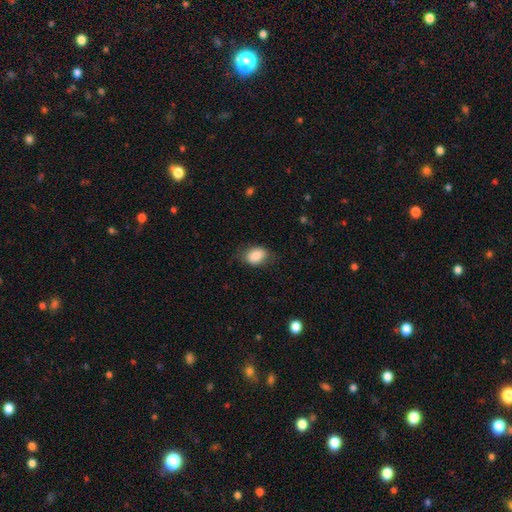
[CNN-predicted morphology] smooth_or_featured: smooth (p=0.87) [alt: star or artifact p=0.07]
how_rounded: in between (p=0.77) [alt: round p=0.22]
merging: none (p=0.72) [alt: minor disturbance p=0.21]